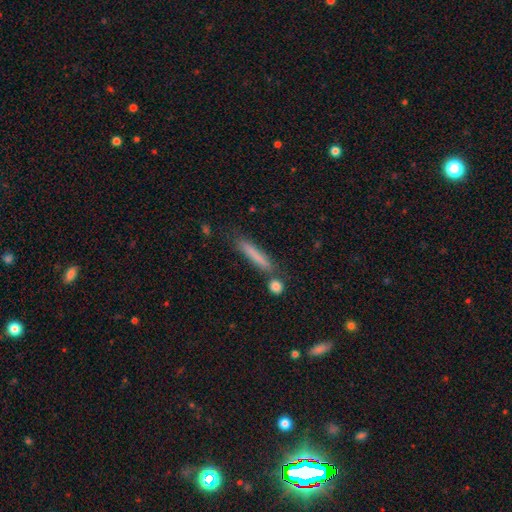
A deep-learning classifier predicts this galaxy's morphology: smooth 74%, featured or disk 18%, star or artifact 8%. Down the decision tree: how rounded — cigar-shaped (93%); merging — none (76%).